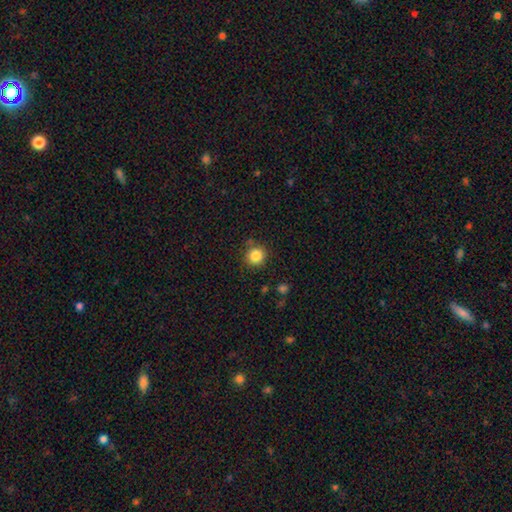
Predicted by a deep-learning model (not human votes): Smooth or featured: smooth — 85% (star or artifact — 11%)
How rounded: round — 92% (in between — 7%)
Merging: none — 84% (minor disturbance — 11%)